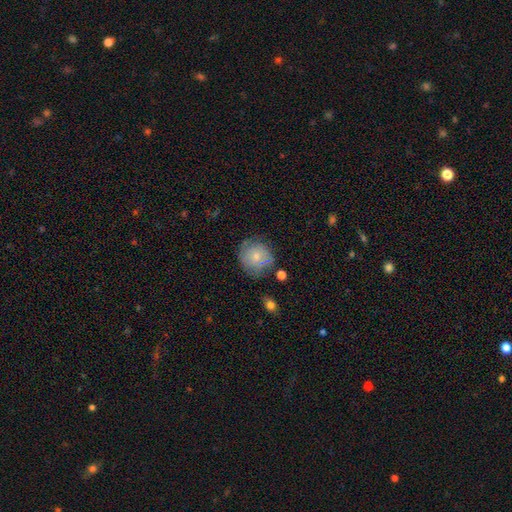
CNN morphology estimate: Smooth or featured: smooth — 62% (featured or disk — 30%)
How rounded: round — 88% (in between — 11%)
Merging: none — 62% (minor disturbance — 24%)